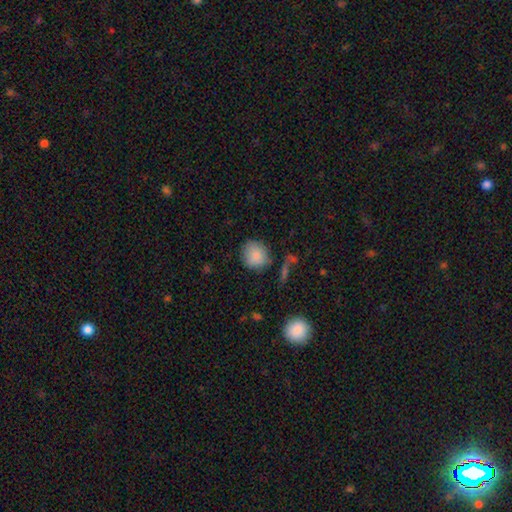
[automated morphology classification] Overall: smooth (87%). How rounded: round (82%). Merging: none (75%).